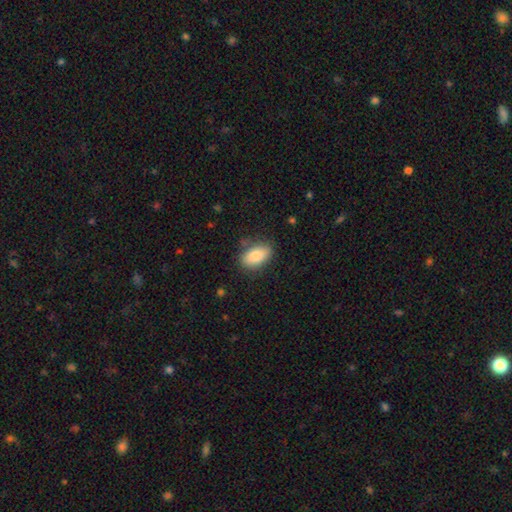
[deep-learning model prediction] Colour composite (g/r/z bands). It shows a smooth galaxy with no disk features (85%) that is in between round and cigar-shaped (92%). Merging: none (78%).